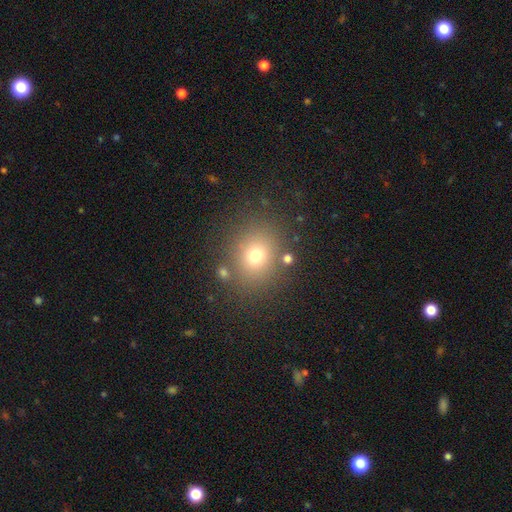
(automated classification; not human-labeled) A smooth galaxy with no disk features (71%) that is round (69%). Merging: none (80%).